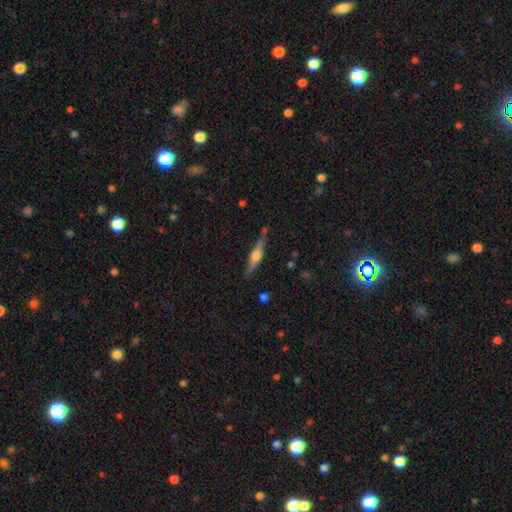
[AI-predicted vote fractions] Smooth or featured? featured or disk (71%)
Edge-on disk? yes (97%)
Edge-on bulge? rounded (89%)
Merging? none (83%)